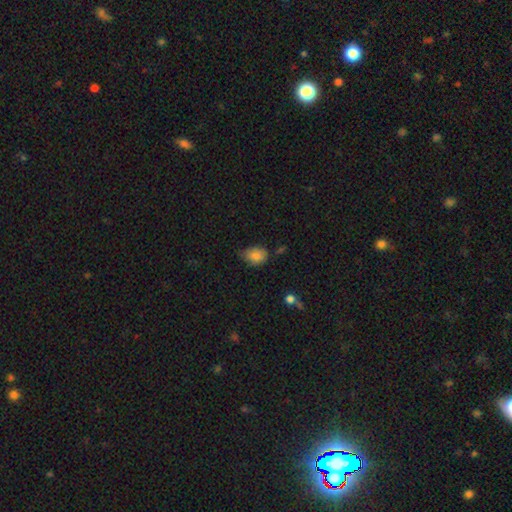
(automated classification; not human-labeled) Morphology: type=smooth (81%); roundness=in between (71%); merging=none (52%).